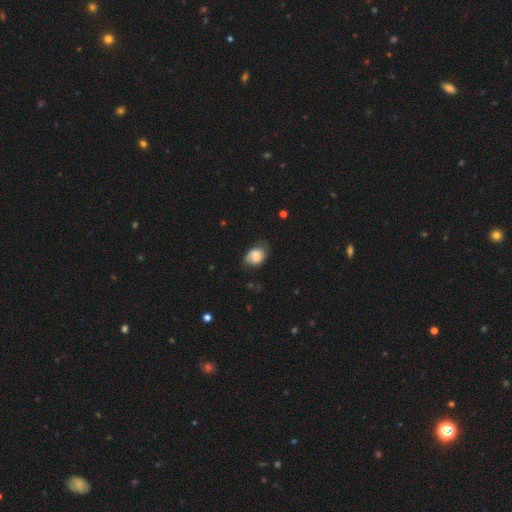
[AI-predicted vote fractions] The model was most divided on "merging": none: 55%, minor disturbance: 33%, major disturbance: 11%, merger: 2%. More confident: smooth or featured — smooth (67%); how rounded — in between (65%).